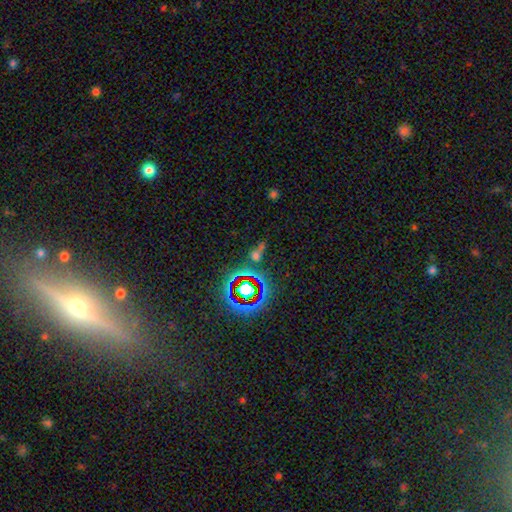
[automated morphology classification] type=star or artifact (47%).